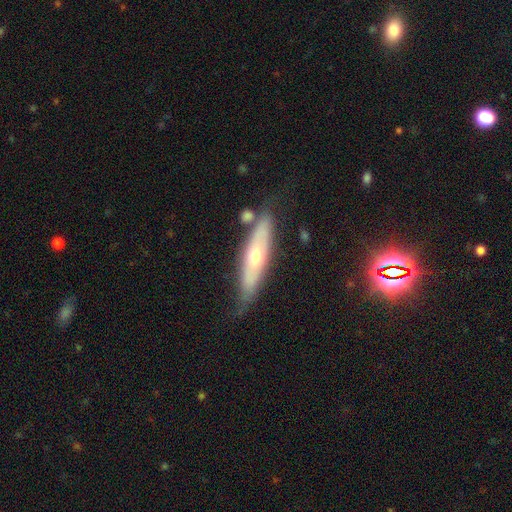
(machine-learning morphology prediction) Q: Smooth or featured?
A: featured or disk (55%); runner-up: smooth (38%)
Q: Edge-on disk?
A: yes (61%); runner-up: no (39%)
Q: Merging?
A: none (70%); runner-up: minor disturbance (19%)